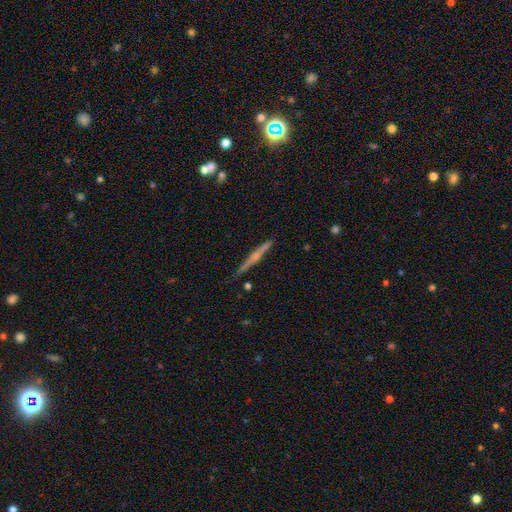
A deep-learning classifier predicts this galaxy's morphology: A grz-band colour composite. It shows a featured or disk galaxy (69%) viewed edge-on (98%) with a rounded central bulge (61%). Merging: none (90%).